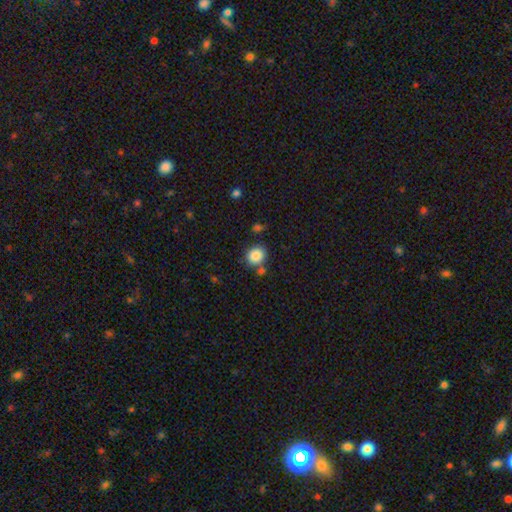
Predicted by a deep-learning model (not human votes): A smooth galaxy with no disk features (86%) that is round (69%). Merging: none (71%).